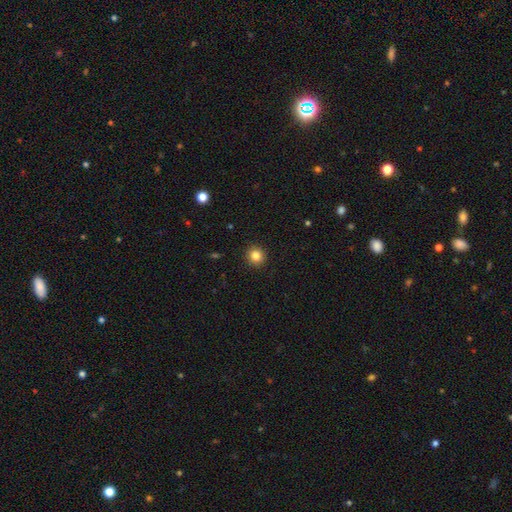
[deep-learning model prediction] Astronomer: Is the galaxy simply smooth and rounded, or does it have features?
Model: smooth — 84%.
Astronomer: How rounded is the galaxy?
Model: round — 94%.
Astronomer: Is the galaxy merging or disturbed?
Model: none — 93%.